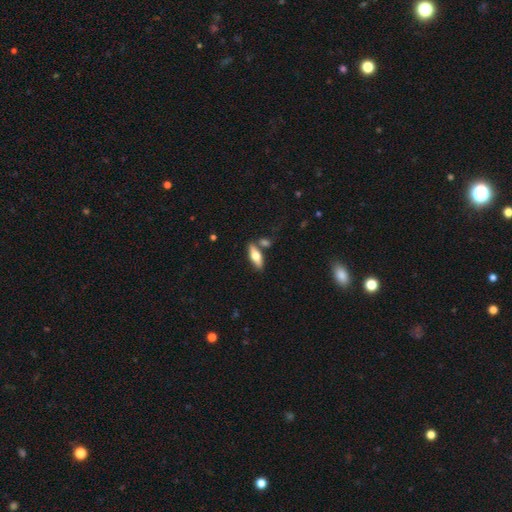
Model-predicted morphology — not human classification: The model was most divided on "how rounded": in between: 58%, cigar-shaped: 40%, round: 3%. More confident: merging — none (74%); smooth or featured — smooth (57%).